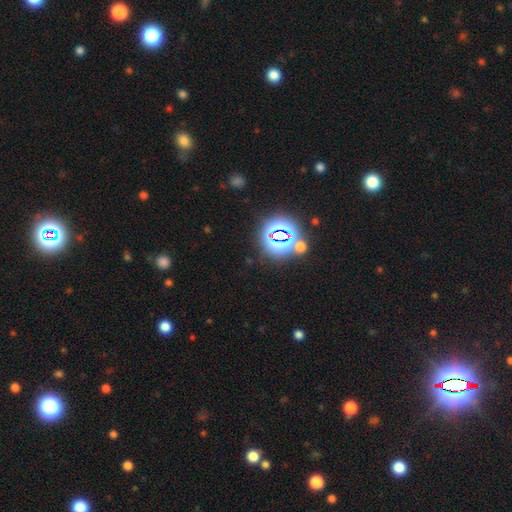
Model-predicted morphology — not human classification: Q: Smooth or featured?
A: star or artifact (79%); runner-up: smooth (13%)